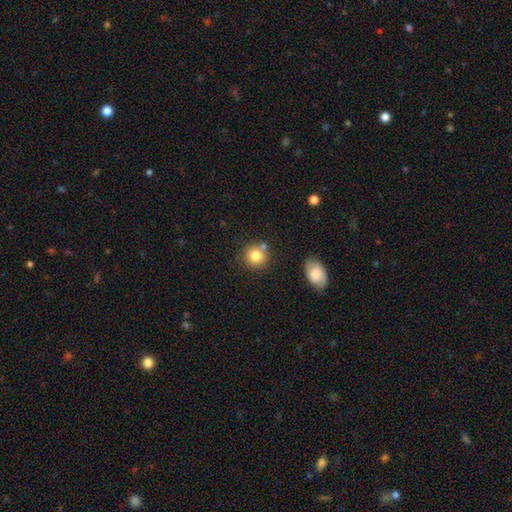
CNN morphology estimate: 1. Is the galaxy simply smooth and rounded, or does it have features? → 83% smooth, 9% star or artifact, 8% featured or disk.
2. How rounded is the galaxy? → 89% round, 10% in between, 1% cigar-shaped.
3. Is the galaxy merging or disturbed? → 72% none, 14% merger, 11% minor disturbance, 3% major disturbance.